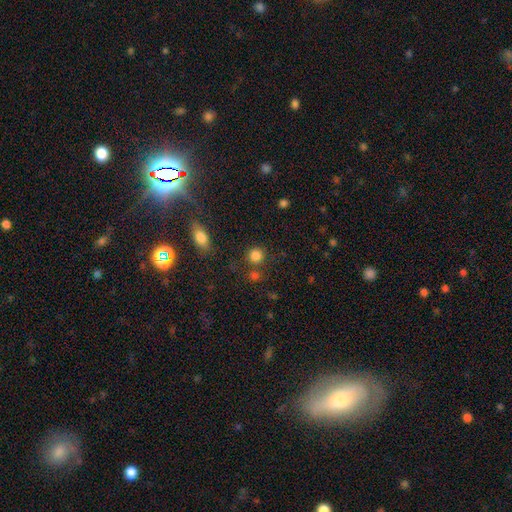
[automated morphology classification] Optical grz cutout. It shows a smooth galaxy with no disk features (84%) that is round (90%). Merging: none (77%).